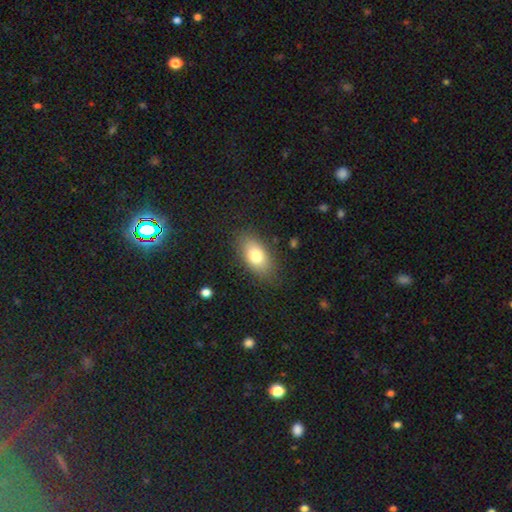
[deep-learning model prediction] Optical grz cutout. It shows a smooth galaxy with no disk features (76%) that is in between round and cigar-shaped (88%). Merging: none (83%).